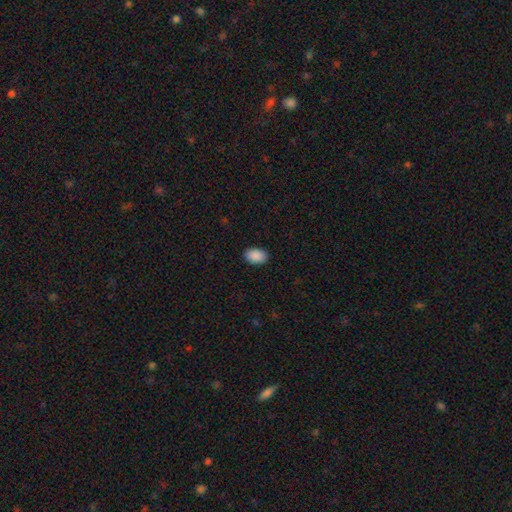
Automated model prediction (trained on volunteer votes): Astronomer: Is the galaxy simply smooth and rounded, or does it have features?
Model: smooth — 91%.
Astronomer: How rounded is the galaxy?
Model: in between — 89%.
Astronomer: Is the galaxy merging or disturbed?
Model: none — 90%.